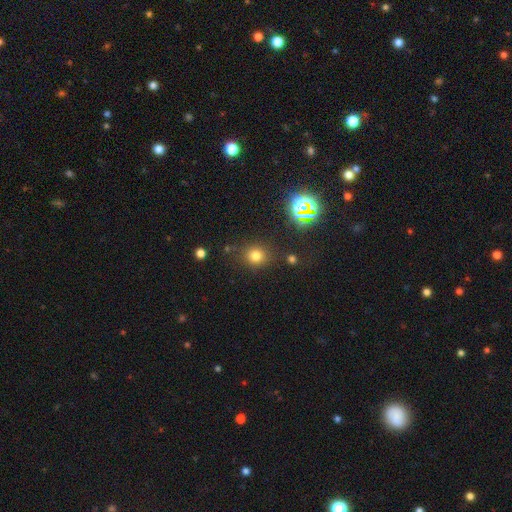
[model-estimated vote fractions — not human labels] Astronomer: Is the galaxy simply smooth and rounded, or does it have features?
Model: smooth — 72%.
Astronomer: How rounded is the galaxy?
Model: round — 84%.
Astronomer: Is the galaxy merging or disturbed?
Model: none — 82%.